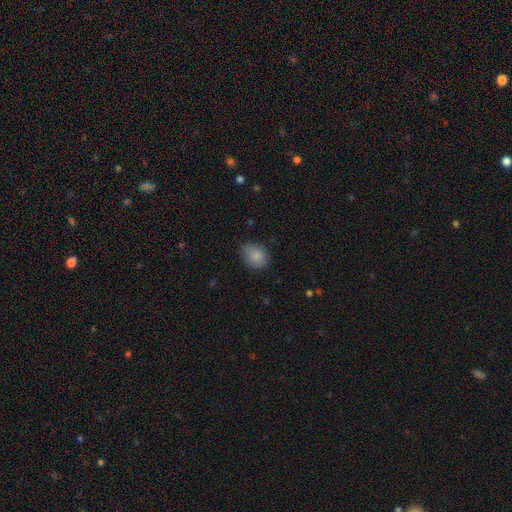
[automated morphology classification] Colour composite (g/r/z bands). It shows a smooth galaxy with no disk features (86%) that is in between round and cigar-shaped (53%). Merging: none (73%).